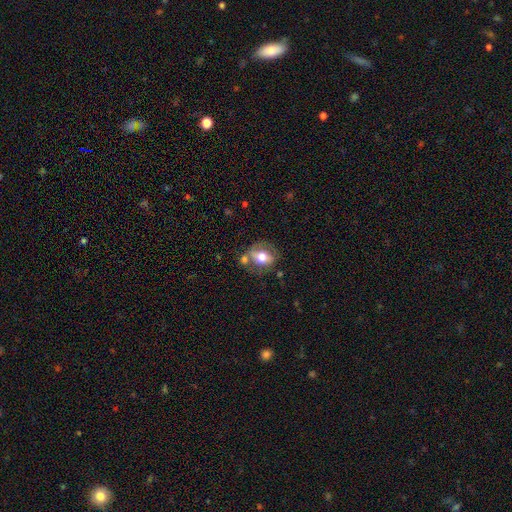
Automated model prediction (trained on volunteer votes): This appears to be a smooth galaxy with no disk features (52%) that is round (56%). Merging: none (51%).